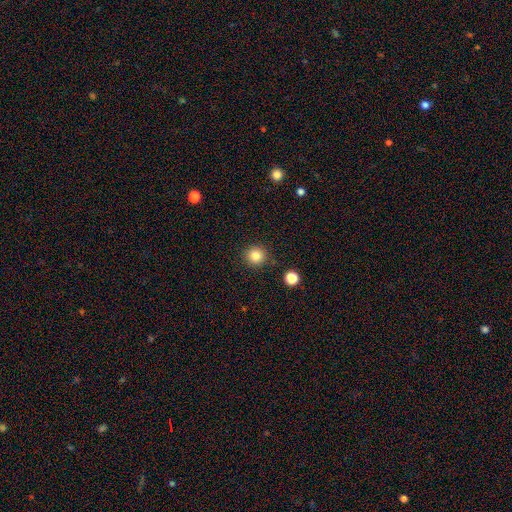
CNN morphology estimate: The model was most divided on "smooth or featured": smooth: 84%, star or artifact: 11%, featured or disk: 5%. More confident: how rounded — round (94%); merging — none (89%).